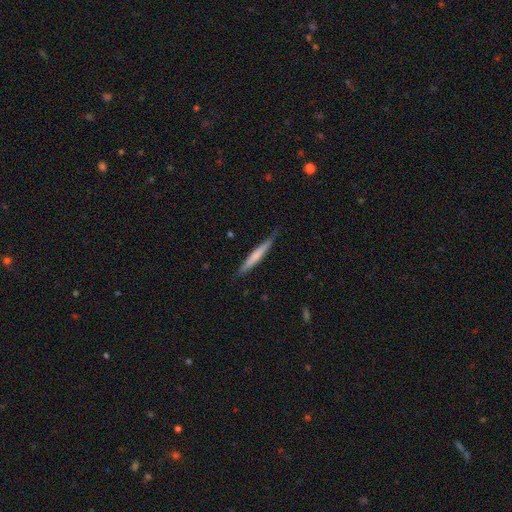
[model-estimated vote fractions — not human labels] A smooth galaxy with no disk features (60%) that is cigar-shaped (96%).

Vote fractions:
- Smooth or featured? smooth: 60% / featured or disk: 35% / star or artifact: 5%
- How rounded? cigar-shaped: 96% / in between: 3% / round: 1%
- Merging? none: 81% / minor disturbance: 16% / major disturbance: 2% / merger: 1%